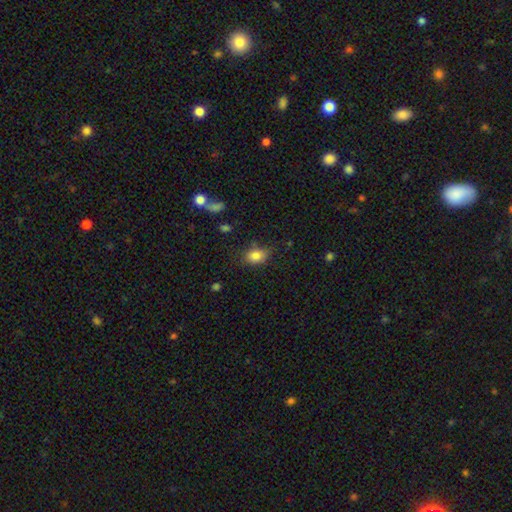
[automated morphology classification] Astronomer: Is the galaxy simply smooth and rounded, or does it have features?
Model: smooth — 83%.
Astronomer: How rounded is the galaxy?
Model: in between — 74%.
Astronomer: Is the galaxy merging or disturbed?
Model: none — 69%.